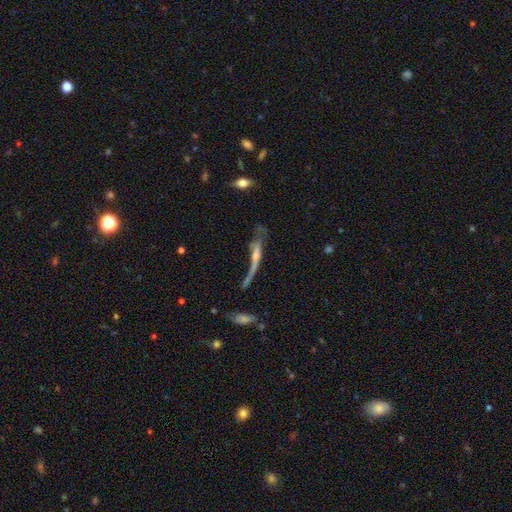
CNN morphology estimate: smooth-or-featured: featured or disk: 57% | smooth: 25% | star or artifact: 18%
  disk-edge-on: yes: 66% | no: 34%
  merging: none: 36% | major disturbance: 28% | minor disturbance: 19% | merger: 16%